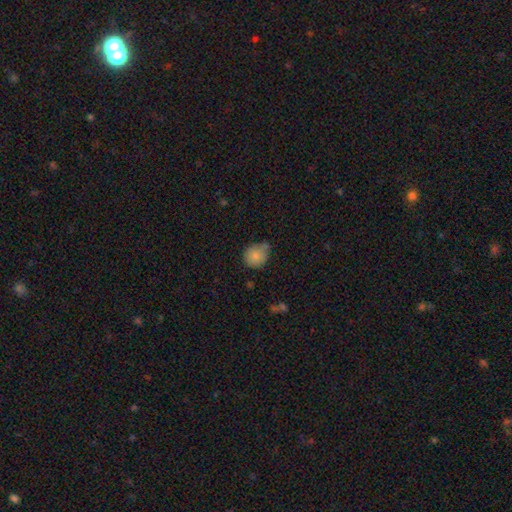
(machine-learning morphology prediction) Smooth or featured? smooth (82%)
How rounded? round (84%)
Merging? none (60%)